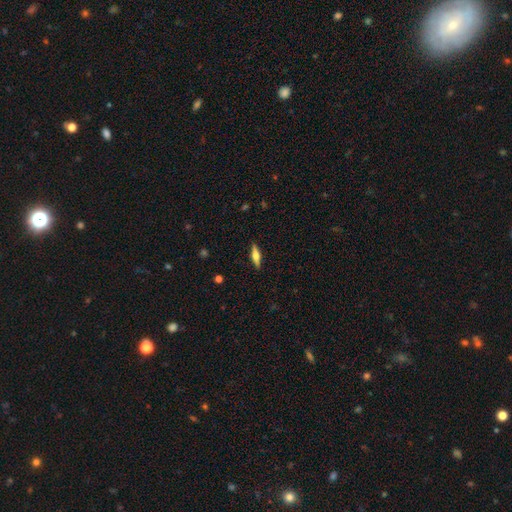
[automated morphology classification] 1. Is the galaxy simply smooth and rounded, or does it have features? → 52% featured or disk, 41% smooth, 7% star or artifact.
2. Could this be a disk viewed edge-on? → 95% yes, 5% no.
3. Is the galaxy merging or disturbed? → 89% none, 8% minor disturbance, 2% major disturbance, 1% merger.